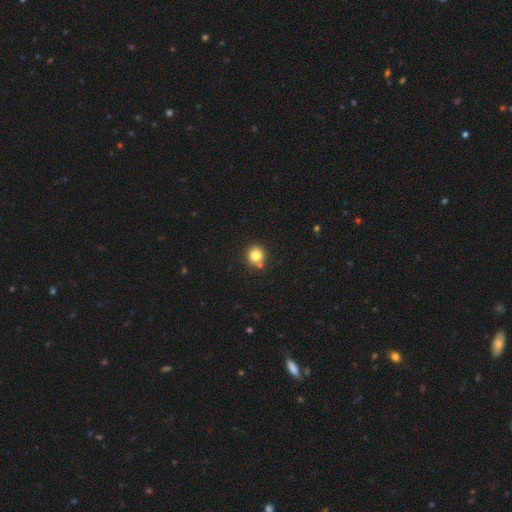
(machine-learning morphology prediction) A smooth galaxy with no disk features (82%) that is round (92%).

Vote fractions:
- Smooth or featured? smooth: 82% / star or artifact: 12% / featured or disk: 6%
- How rounded? round: 92% / in between: 7% / cigar-shaped: 1%
- Merging? none: 78% / merger: 11% / minor disturbance: 9% / major disturbance: 2%